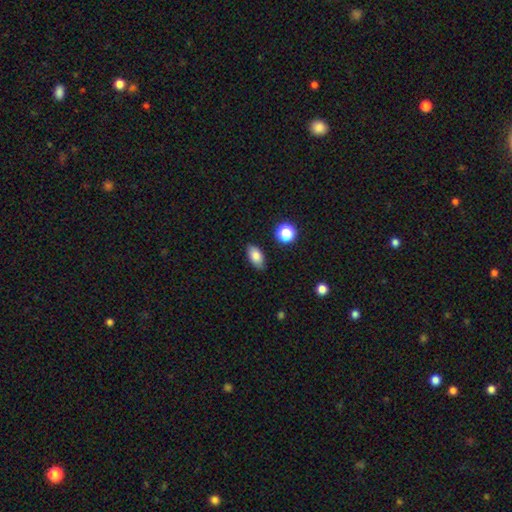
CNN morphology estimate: Smooth or featured? Predicted: smooth (p=0.82). How rounded? Predicted: in between (p=0.89). Merging? Predicted: none (p=0.84).